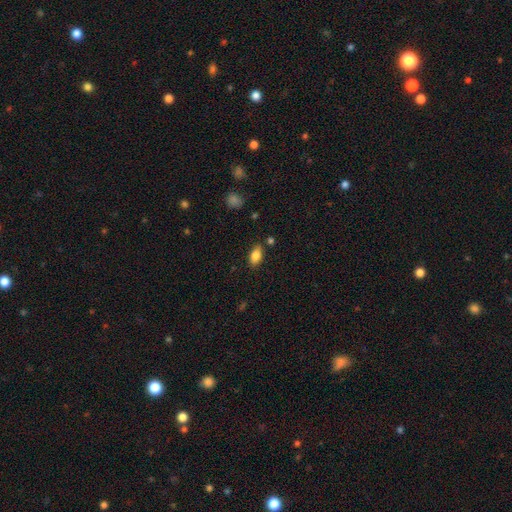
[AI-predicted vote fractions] Smooth or featured? smooth (84%)
How rounded? in between (90%)
Merging? none (82%)